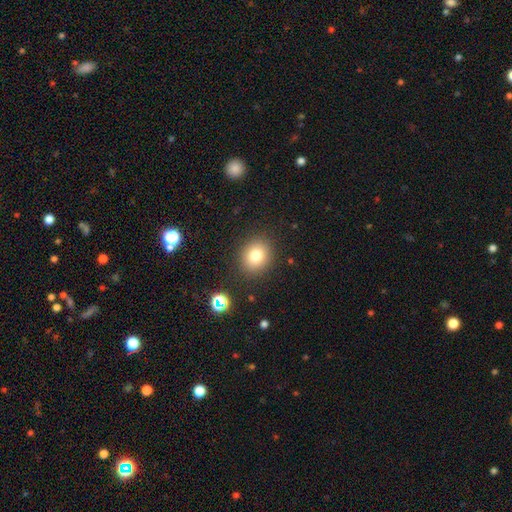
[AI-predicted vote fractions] A smooth galaxy with no disk features (79%) that is round (68%).

Vote fractions:
- Smooth or featured? smooth: 79% / star or artifact: 13% / featured or disk: 8%
- How rounded? round: 68% / in between: 31% / cigar-shaped: 1%
- Merging? none: 88% / minor disturbance: 8% / major disturbance: 3% / merger: 2%